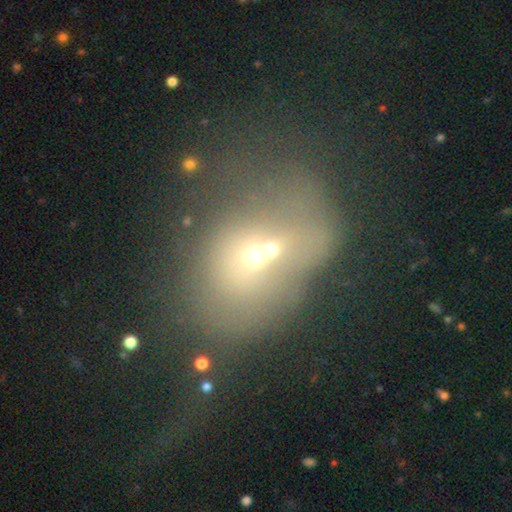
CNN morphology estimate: This is possibly a smooth galaxy (49%). Merging: likely merger (60%).